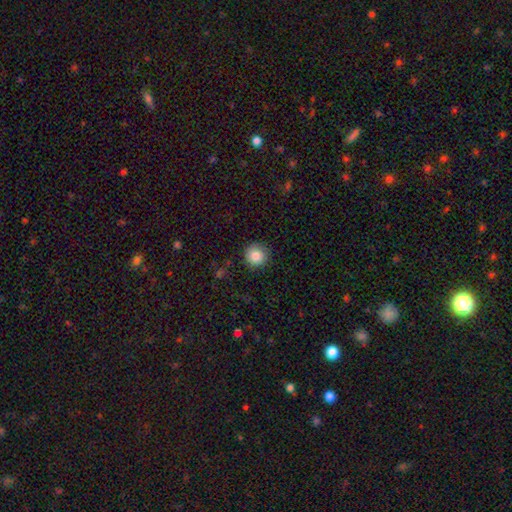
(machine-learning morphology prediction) type=smooth (86%); roundness=round (95%); merging=none (88%).